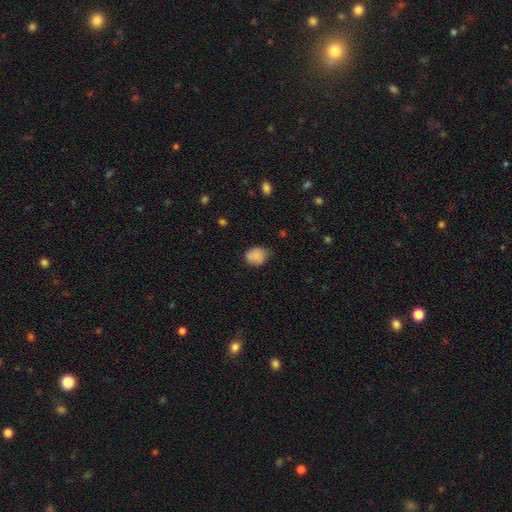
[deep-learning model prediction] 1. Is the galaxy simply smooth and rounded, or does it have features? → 84% smooth, 9% star or artifact, 7% featured or disk.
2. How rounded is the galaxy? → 56% in between, 43% round, 1% cigar-shaped.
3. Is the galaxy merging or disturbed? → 57% none, 34% minor disturbance, 7% major disturbance, 2% merger.